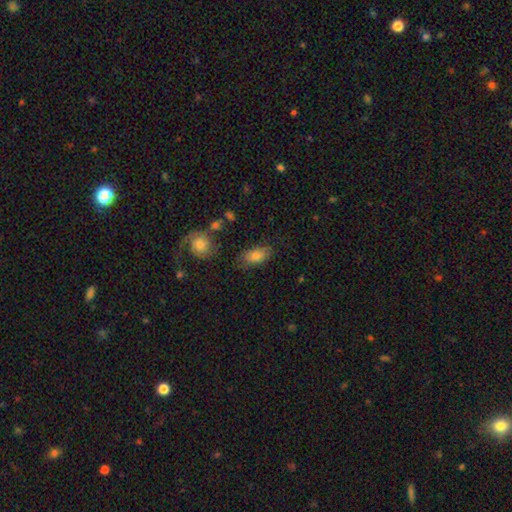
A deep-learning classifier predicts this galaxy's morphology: Overall: smooth (76%). How rounded: in between (88%). Merging: none (73%).